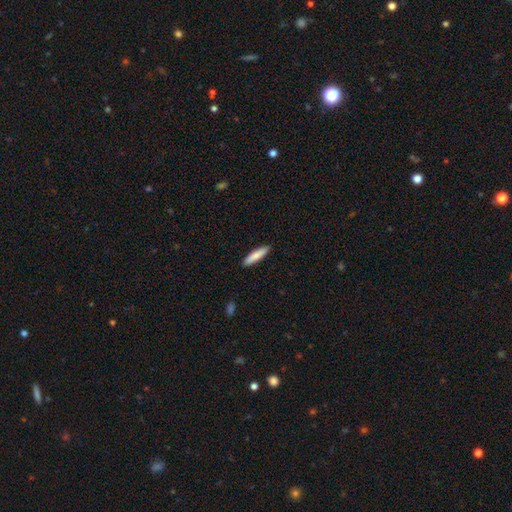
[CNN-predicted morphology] type=smooth (76%); roundness=cigar-shaped (80%); merging=none (90%).